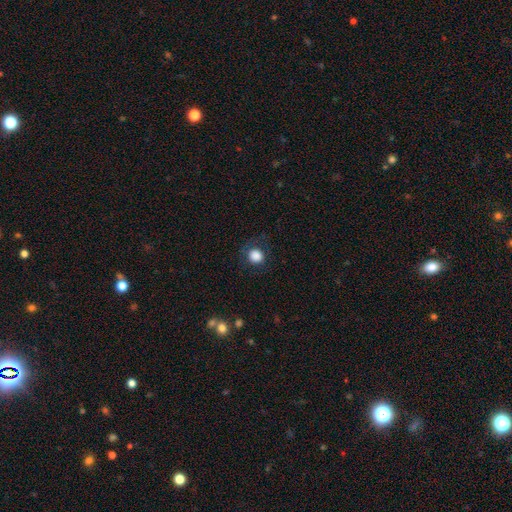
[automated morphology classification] type=smooth (85%); roundness=round (87%); merging=none (78%).